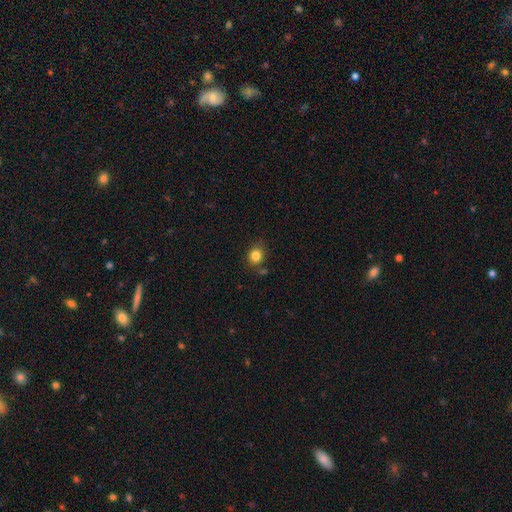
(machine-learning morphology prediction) This is clearly a smooth galaxy (83%). How rounded: likely round (66%). Merging: likely none (76%).